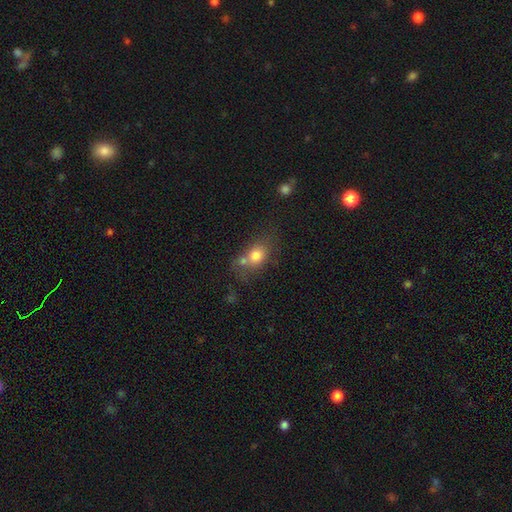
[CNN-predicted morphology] type=smooth (76%); roundness=in between (55%); merging=none (43%).